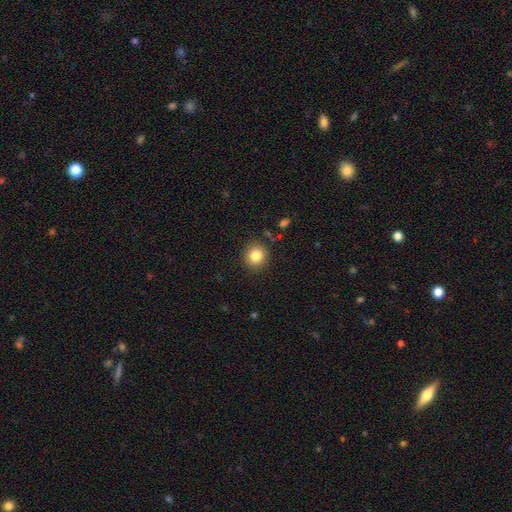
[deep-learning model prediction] smooth 83%, star or artifact 11%, featured or disk 6%. Down the decision tree: how rounded — round (86%); merging — none (89%).